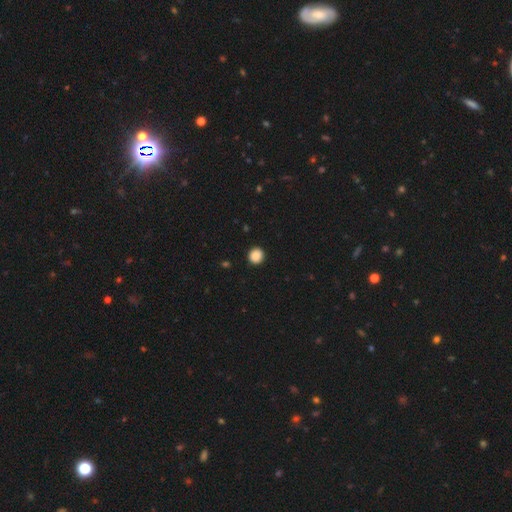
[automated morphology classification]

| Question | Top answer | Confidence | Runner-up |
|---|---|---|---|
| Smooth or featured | smooth | 88% | star or artifact (9%) |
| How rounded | round | 91% | in between (8%) |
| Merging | none | 93% | minor disturbance (5%) |